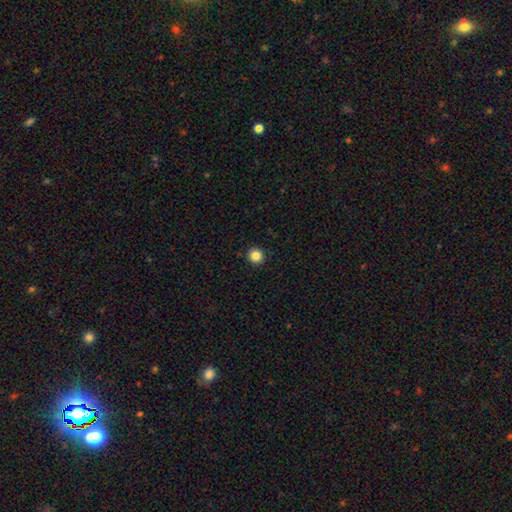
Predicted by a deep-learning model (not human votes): A smooth galaxy with no disk features (85%) that is round (94%). Merging: none (93%).